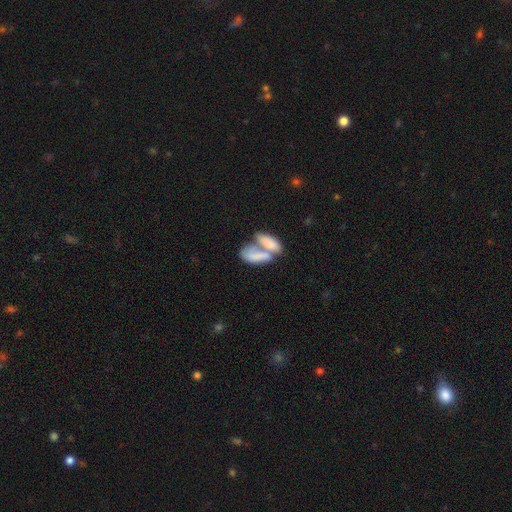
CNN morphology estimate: Smooth or featured? smooth (69%)
How rounded? in between (84%)
Merging? merger (70%)